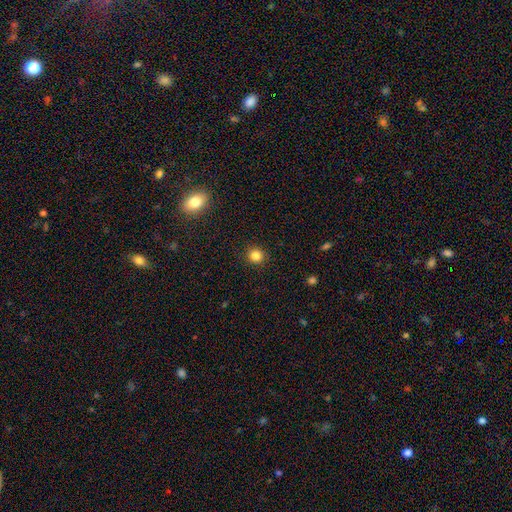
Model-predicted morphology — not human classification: smooth-or-featured: smooth: 83% | star or artifact: 12% | featured or disk: 4%
  how-rounded: round: 89% | in between: 10% | cigar-shaped: 1%
  merging: none: 91% | minor disturbance: 6% | major disturbance: 2% | merger: 1%